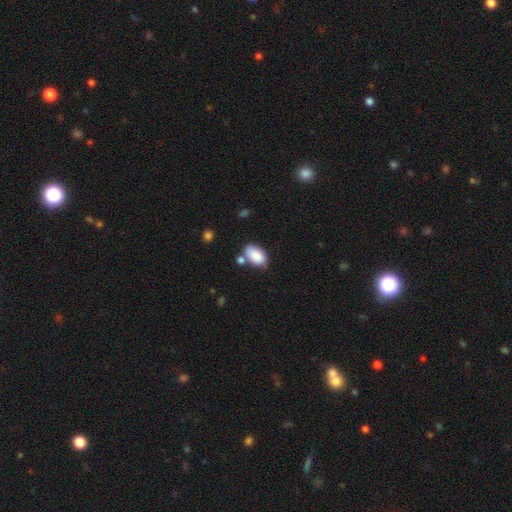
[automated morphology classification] This is clearly a smooth galaxy (86%). How rounded: clearly in between (94%). Merging: likely none (61%).